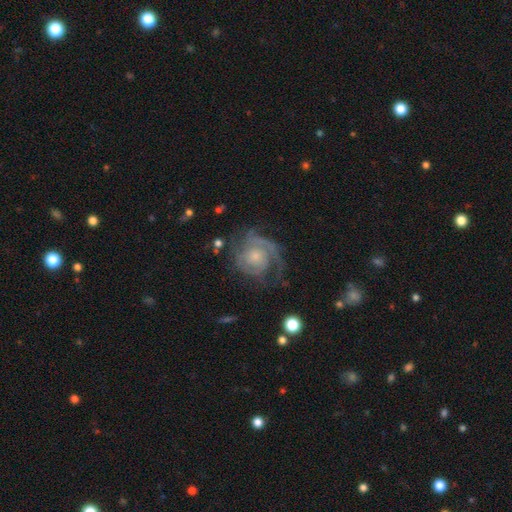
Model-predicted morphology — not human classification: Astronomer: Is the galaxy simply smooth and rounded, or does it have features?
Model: featured or disk — 84%.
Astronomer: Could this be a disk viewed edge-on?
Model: no — 98%.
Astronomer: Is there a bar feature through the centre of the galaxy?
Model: no — 75%.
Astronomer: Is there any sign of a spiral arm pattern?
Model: yes — 95%.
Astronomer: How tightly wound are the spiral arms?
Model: tight — 53% (runner-up: medium, 35%).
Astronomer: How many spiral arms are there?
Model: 2 — 41% (runner-up: can't tell, 21%).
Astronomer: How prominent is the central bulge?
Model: small — 54% (runner-up: moderate, 32%).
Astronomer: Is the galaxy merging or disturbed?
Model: none — 61%.